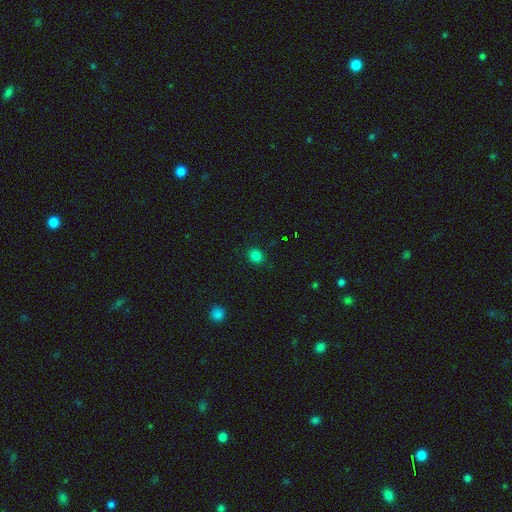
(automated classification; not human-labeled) Smooth or featured? smooth (80%)
How rounded? round (76%)
Merging? none (88%)